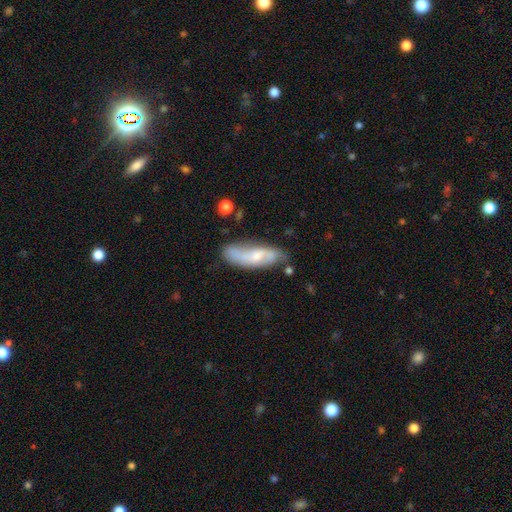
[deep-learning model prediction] smooth_or_featured: featured or disk (p=0.56) [alt: smooth p=0.37]
disk_edge_on: no (p=0.82) [alt: yes p=0.18]
merging: none (p=0.63) [alt: minor disturbance p=0.24]